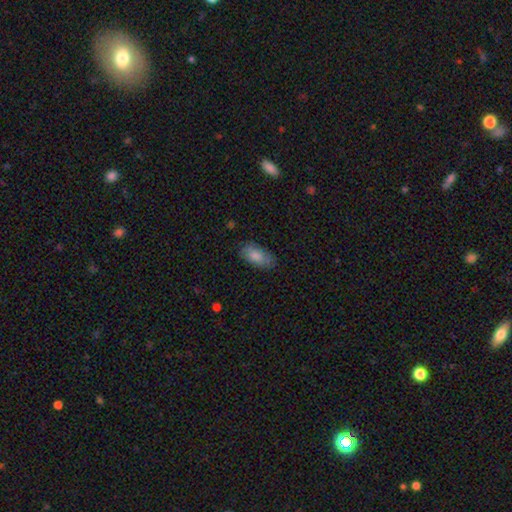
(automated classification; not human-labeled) Q: Smooth or featured?
A: smooth (81%); runner-up: featured or disk (12%)
Q: How rounded?
A: in between (92%); runner-up: cigar-shaped (5%)
Q: Merging?
A: none (75%); runner-up: minor disturbance (19%)